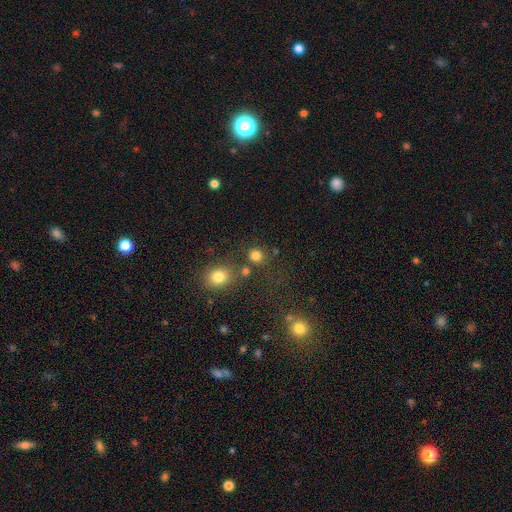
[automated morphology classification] Overall: smooth (80%). How rounded: round (87%). Merging: none (77%).